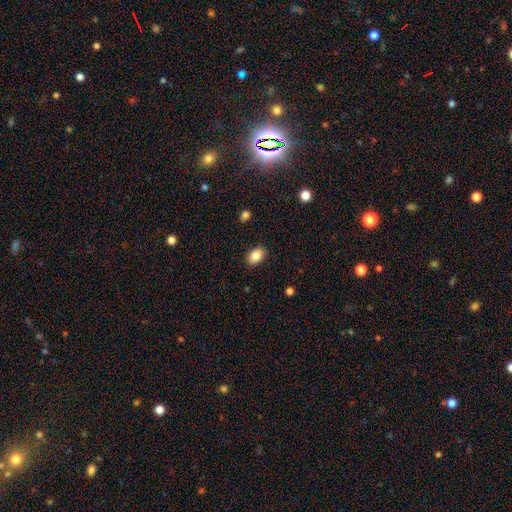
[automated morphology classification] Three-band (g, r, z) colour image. It shows a smooth galaxy with no disk features (87%) that is in between round and cigar-shaped (88%). Merging: none (88%).